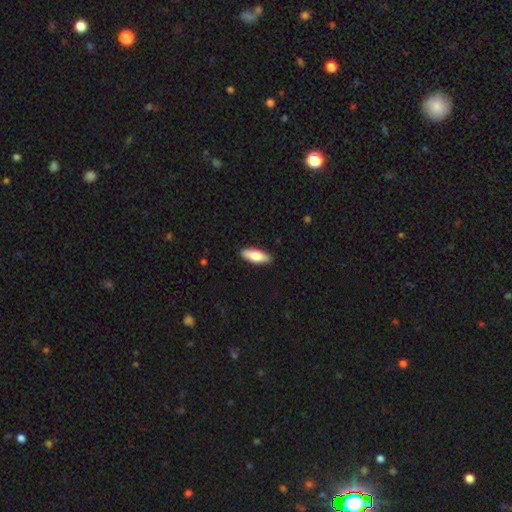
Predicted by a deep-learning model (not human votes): A smooth galaxy with no disk features (73%) that is in between round and cigar-shaped (66%). Merging: none (90%).